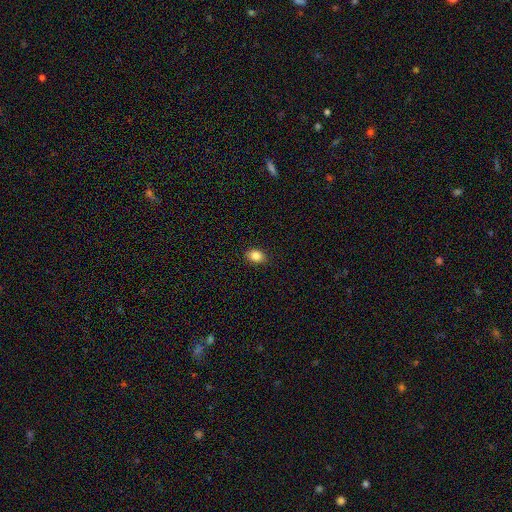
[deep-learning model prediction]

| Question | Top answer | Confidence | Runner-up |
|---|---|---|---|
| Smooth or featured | smooth | 85% | star or artifact (9%) |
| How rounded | in between | 72% | round (26%) |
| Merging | none | 89% | minor disturbance (8%) |